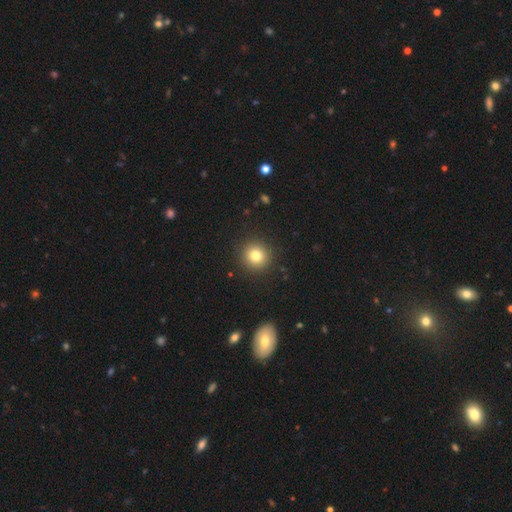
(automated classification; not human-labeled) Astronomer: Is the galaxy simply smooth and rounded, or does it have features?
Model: smooth — 80%.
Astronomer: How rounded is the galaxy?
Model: round — 93%.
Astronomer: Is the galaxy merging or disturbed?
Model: none — 92%.